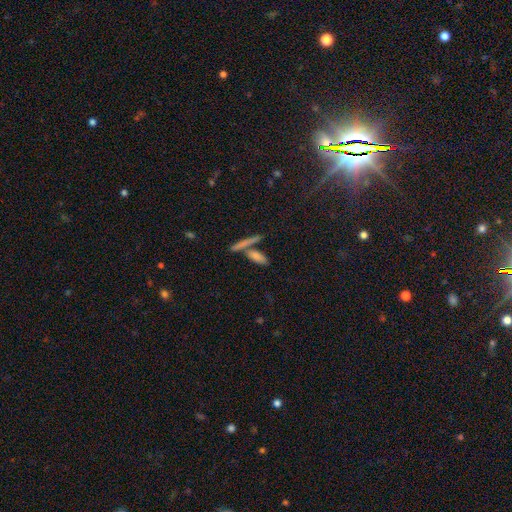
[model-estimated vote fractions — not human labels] The model was most divided on "how rounded": cigar-shaped: 57%, in between: 37%, round: 6%. More confident: smooth or featured — smooth (65%); merging — none (59%).